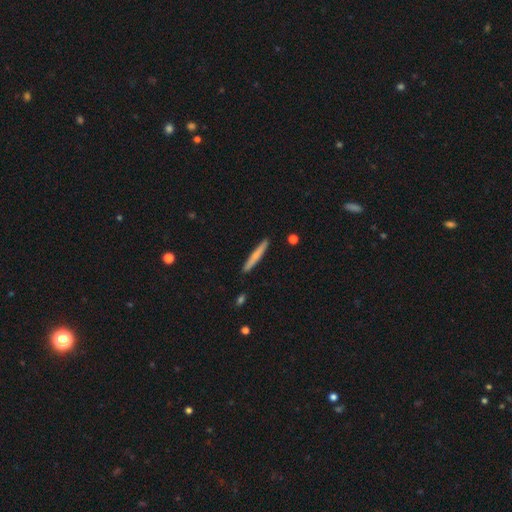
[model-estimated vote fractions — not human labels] The model was most divided on "smooth or featured": smooth: 65%, featured or disk: 30%, star or artifact: 6%. More confident: how rounded — cigar-shaped (96%); merging — none (91%).